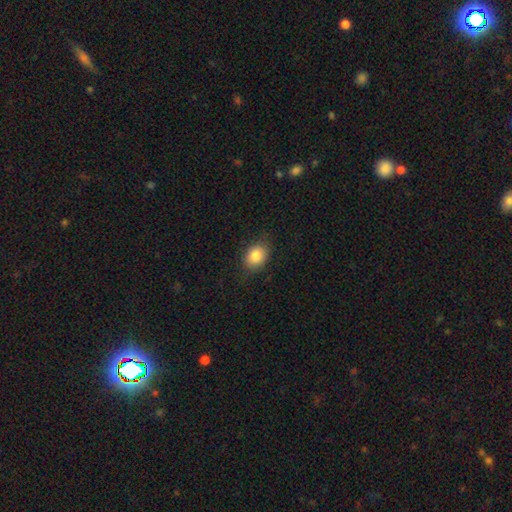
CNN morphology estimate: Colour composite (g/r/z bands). It shows a smooth galaxy with no disk features (85%) that is in between round and cigar-shaped (65%). Merging: none (81%).